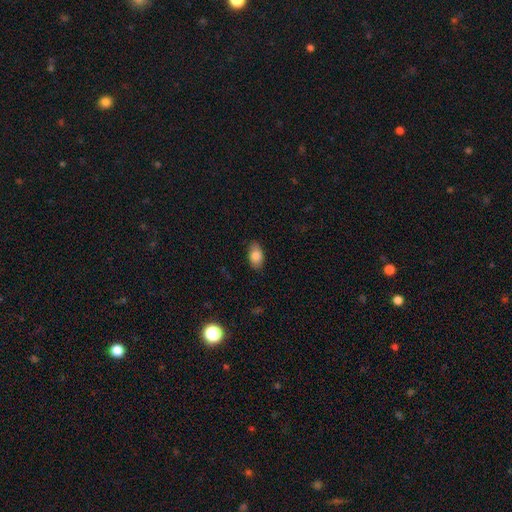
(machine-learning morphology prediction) Overall: smooth (84%). How rounded: in between (92%). Merging: none (83%).